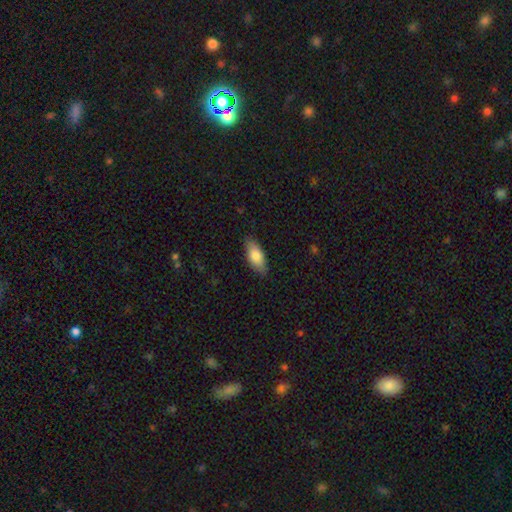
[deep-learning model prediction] The model was most divided on "smooth or featured": smooth: 80%, featured or disk: 15%, star or artifact: 6%. More confident: merging — none (85%); how rounded — in between (83%).